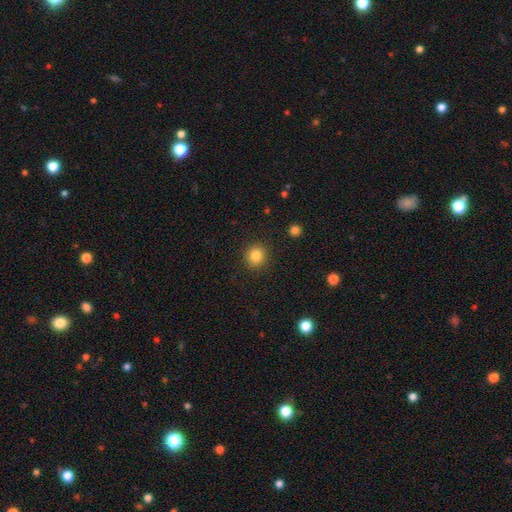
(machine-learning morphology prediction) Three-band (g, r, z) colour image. It shows a smooth galaxy with no disk features (83%) that is round (92%). Merging: none (90%).